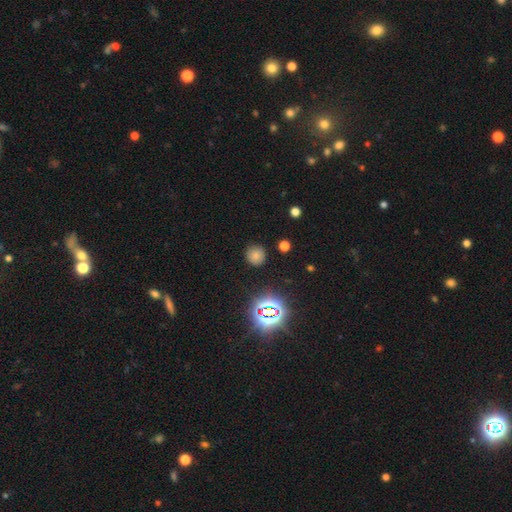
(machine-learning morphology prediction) Smooth or featured? smooth (72%)
How rounded? round (91%)
Merging? none (87%)